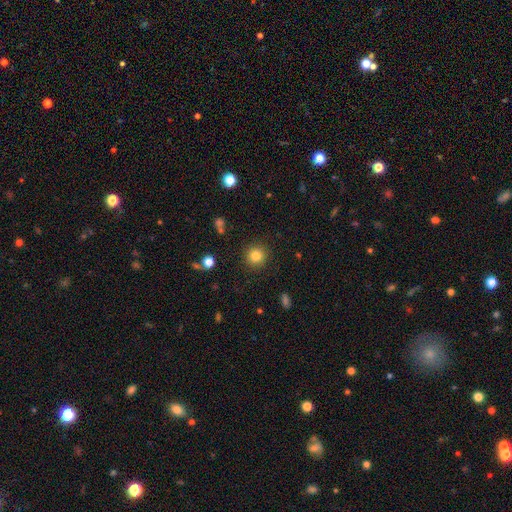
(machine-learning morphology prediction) smooth 82%, star or artifact 12%, featured or disk 7%. Down the decision tree: how rounded — round (94%); merging — none (90%).